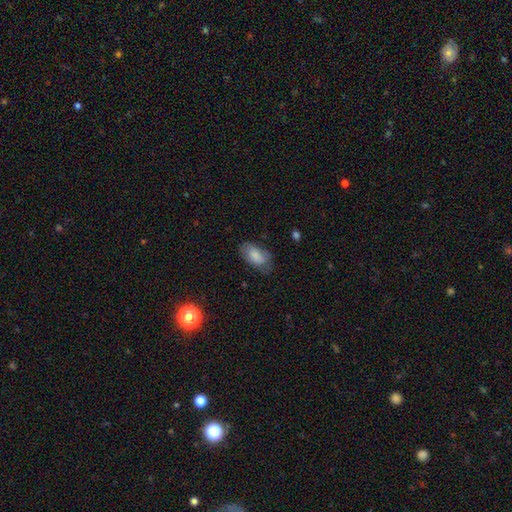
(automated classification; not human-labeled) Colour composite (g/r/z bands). It shows a smooth galaxy with no disk features (81%) that is in between round and cigar-shaped (93%). Merging: none (62%).